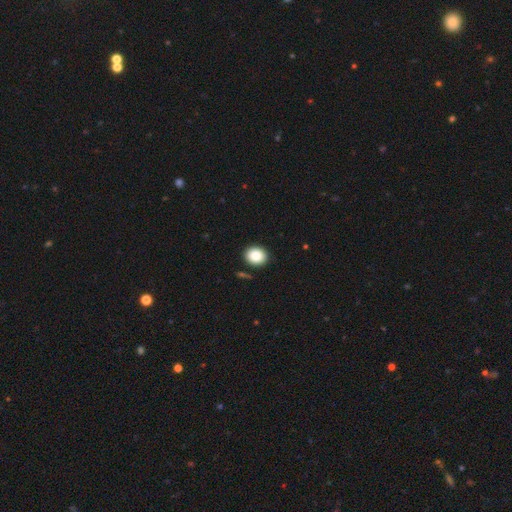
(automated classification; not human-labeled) A smooth galaxy with no disk features (86%) that is round (63%).

Vote fractions:
- Smooth or featured? smooth: 86% / star or artifact: 9% / featured or disk: 5%
- How rounded? round: 63% / in between: 37% / cigar-shaped: 1%
- Merging? none: 89% / minor disturbance: 7% / merger: 2% / major disturbance: 2%